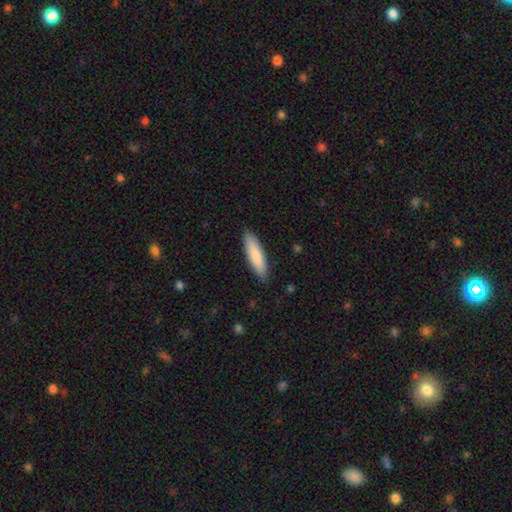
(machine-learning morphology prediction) Smooth or featured?
  - smooth: 83% *
  - featured or disk: 12%
  - star or artifact: 5%
How rounded?
  - cigar-shaped: 68% *
  - in between: 31%
  - round: 1%
Merging?
  - none: 87% *
  - minor disturbance: 10%
  - major disturbance: 2%
  - merger: 1%